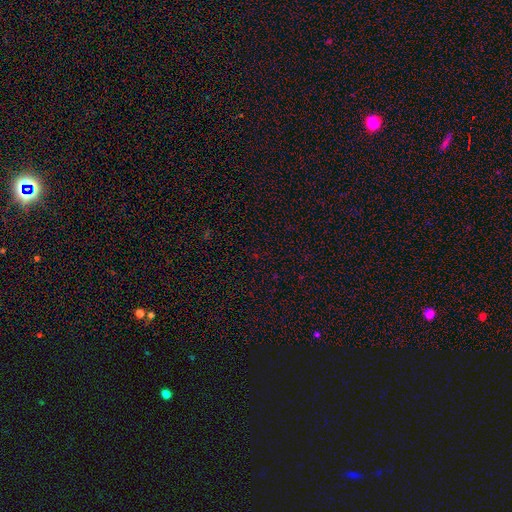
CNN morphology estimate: The model was most divided on "smooth or featured": star or artifact: 69%, smooth: 24%, featured or disk: 7%.